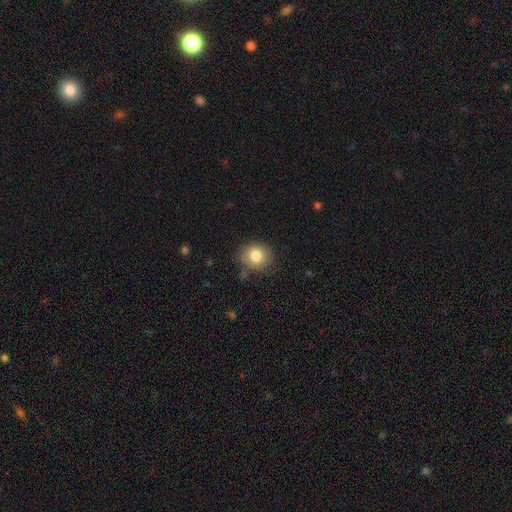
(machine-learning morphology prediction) A smooth galaxy with no disk features (82%) that is round (75%). Merging: none (81%).